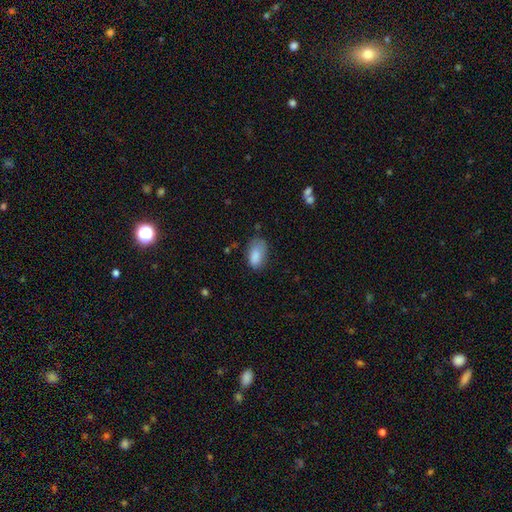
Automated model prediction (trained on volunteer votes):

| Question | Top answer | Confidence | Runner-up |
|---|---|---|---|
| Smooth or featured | smooth | 84% | featured or disk (8%) |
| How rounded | in between | 93% | round (5%) |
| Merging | none | 55% | minor disturbance (32%) |